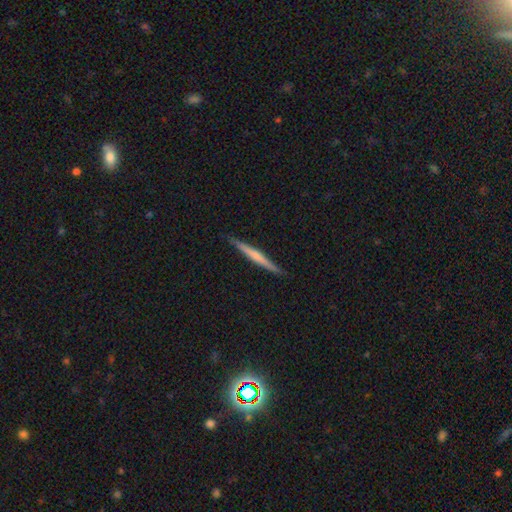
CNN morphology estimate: Overall: featured or disk (58%; smooth 37%). Edge-on disk: yes (98%). Edge-on bulge: rounded (46%; none 43%). Merging: none (91%).